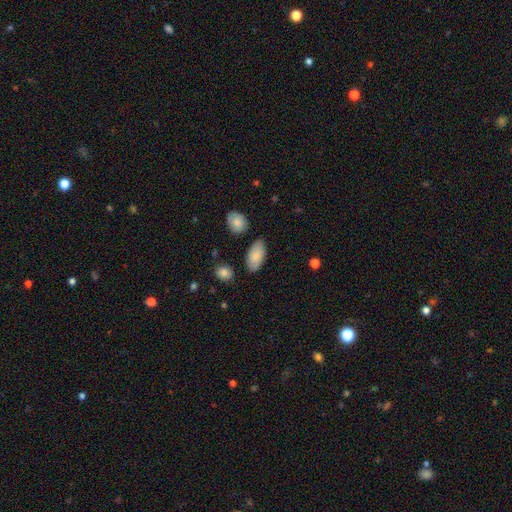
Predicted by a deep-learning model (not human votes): smooth 82%, featured or disk 12%, star or artifact 6%. Down the decision tree: how rounded — in between (94%); merging — none (78%).